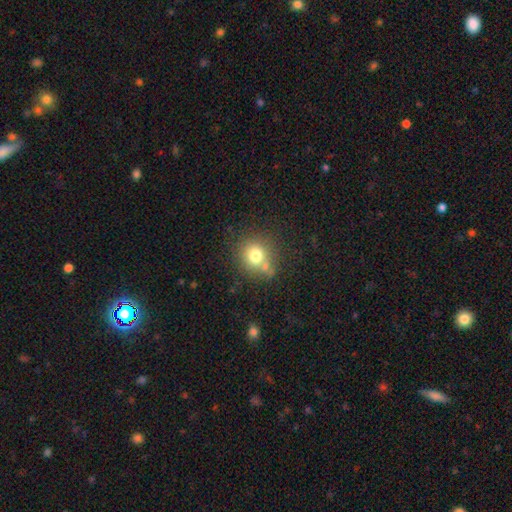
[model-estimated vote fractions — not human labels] The model was most divided on "merging": none: 67%, merger: 15%, minor disturbance: 13%, major disturbance: 5%. More confident: how rounded — round (85%); smooth or featured — smooth (75%).